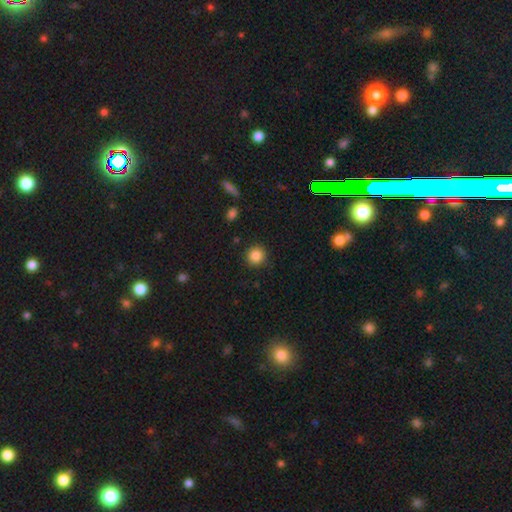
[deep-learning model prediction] smooth-or-featured: smooth: 86% | star or artifact: 10% | featured or disk: 4%
  how-rounded: round: 93% | in between: 6% | cigar-shaped: 1%
  merging: none: 90% | minor disturbance: 6% | major disturbance: 2% | merger: 1%